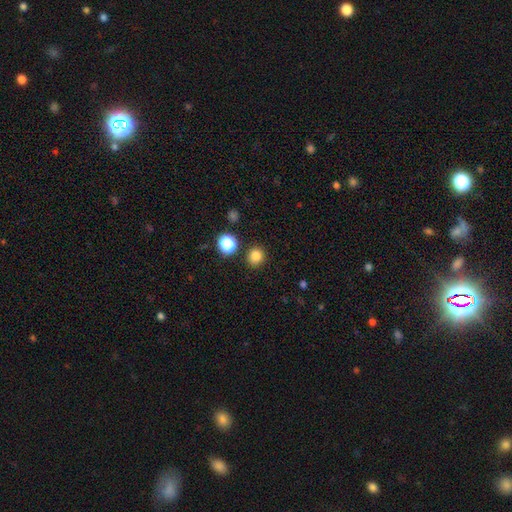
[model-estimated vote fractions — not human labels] A smooth galaxy with no disk features (82%) that is round (88%). Merging: none (88%).